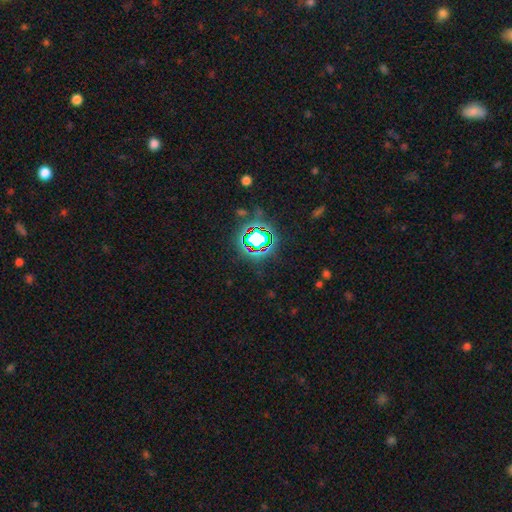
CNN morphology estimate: star or artifact 80%, smooth 12%, featured or disk 8%.